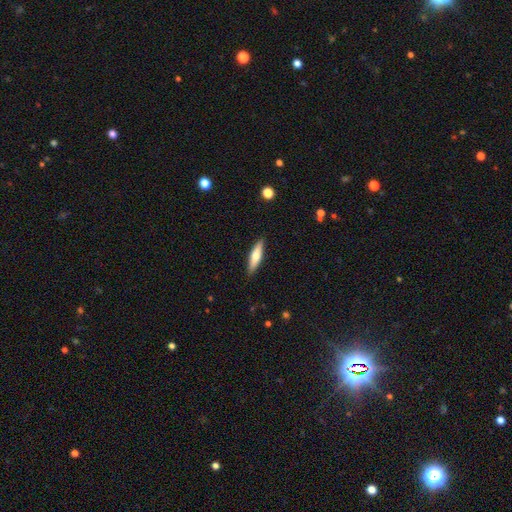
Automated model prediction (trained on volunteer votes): This appears to be a smooth galaxy with no disk features (61%) that is cigar-shaped (73%). Merging: none (89%).